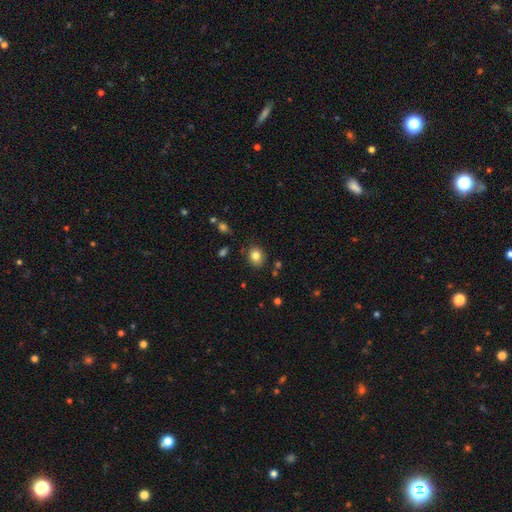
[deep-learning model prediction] The model was most divided on "how rounded": round: 57%, in between: 42%, cigar-shaped: 1%. More confident: smooth or featured — smooth (82%); merging — none (82%).